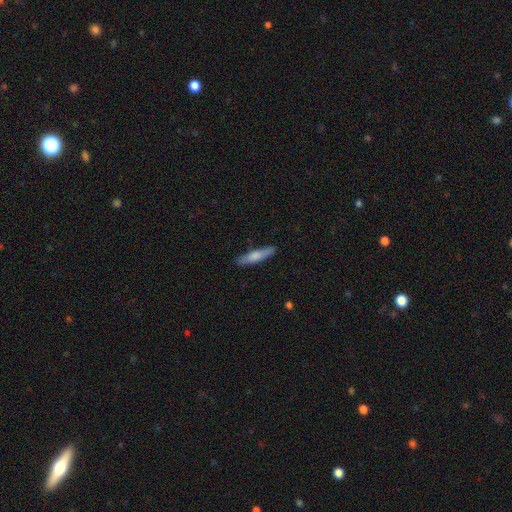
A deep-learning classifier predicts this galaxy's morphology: Q: Smooth or featured?
A: smooth (70%); runner-up: featured or disk (24%)
Q: How rounded?
A: cigar-shaped (82%); runner-up: in between (16%)
Q: Merging?
A: none (85%); runner-up: minor disturbance (12%)